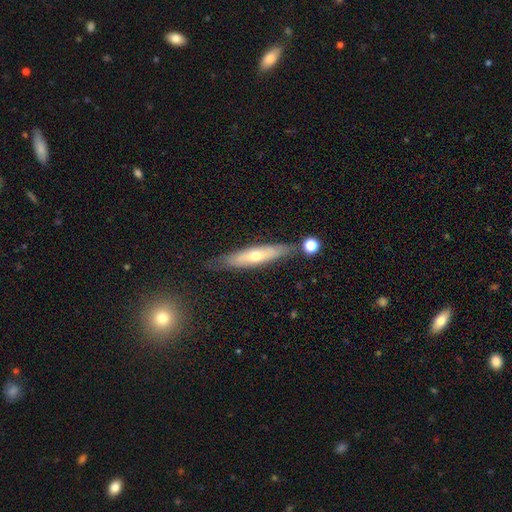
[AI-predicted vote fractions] Smooth or featured: featured or disk — 50% (smooth — 43%)
Merging: none — 75% (minor disturbance — 16%)